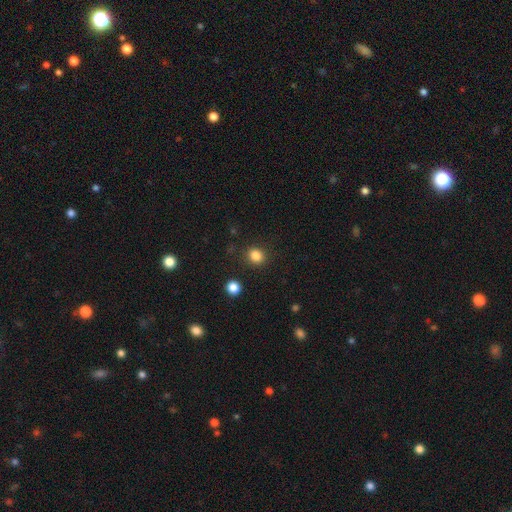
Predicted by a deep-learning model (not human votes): A smooth galaxy with no disk features (84%) that is round (77%).

Vote fractions:
- Smooth or featured? smooth: 84% / star or artifact: 12% / featured or disk: 4%
- How rounded? round: 77% / in between: 22% / cigar-shaped: 1%
- Merging? none: 88% / minor disturbance: 7% / major disturbance: 3% / merger: 2%